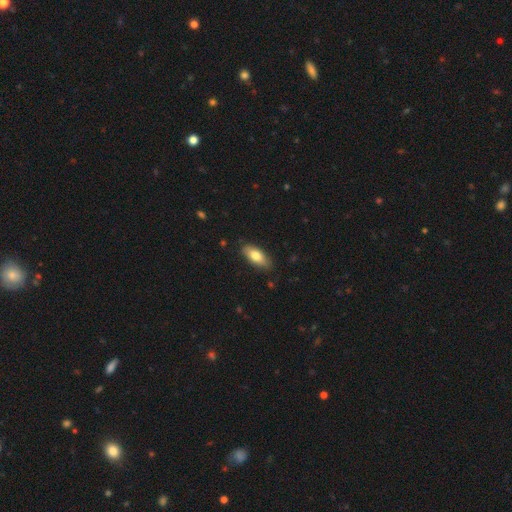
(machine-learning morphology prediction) type=smooth (76%); roundness=in between (83%); merging=none (85%).